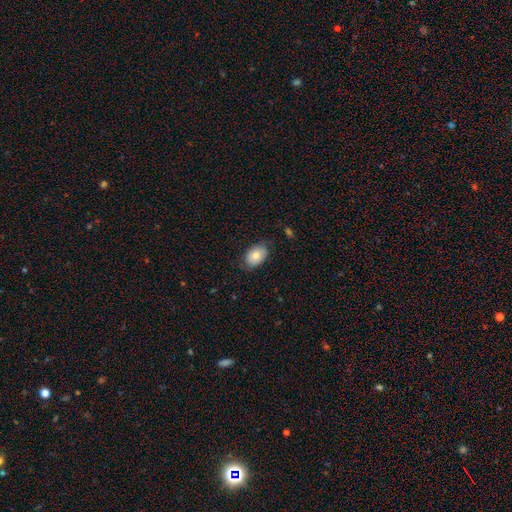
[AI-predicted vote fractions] Smooth or featured? smooth (77%)
How rounded? in between (84%)
Merging? none (77%)